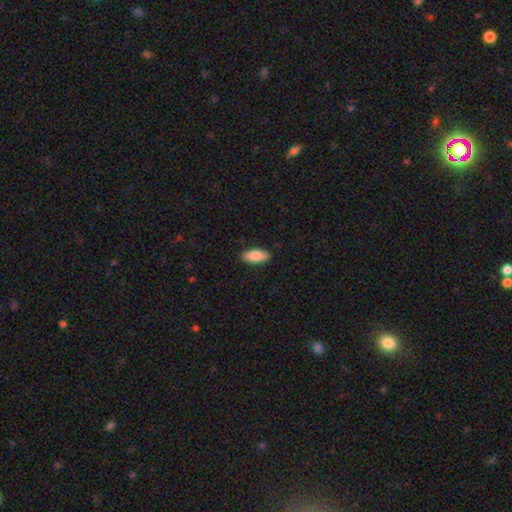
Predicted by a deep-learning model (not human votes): A smooth galaxy with no disk features (89%) that is in between round and cigar-shaped (88%).

Vote fractions:
- Smooth or featured? smooth: 89% / star or artifact: 6% / featured or disk: 5%
- How rounded? in between: 88% / cigar-shaped: 11% / round: 2%
- Merging? none: 88% / minor disturbance: 9% / major disturbance: 2% / merger: 1%